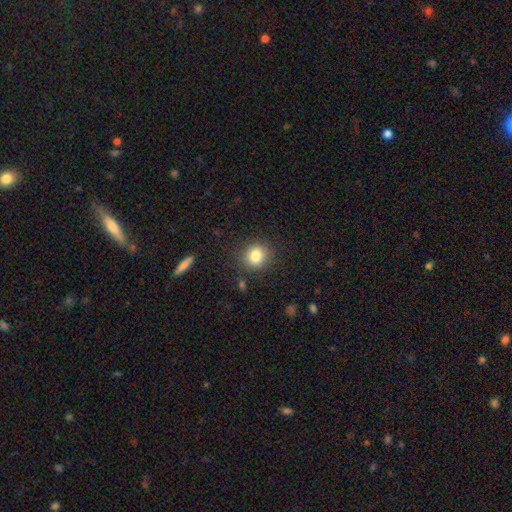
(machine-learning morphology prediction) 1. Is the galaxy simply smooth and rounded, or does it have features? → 83% smooth, 11% star or artifact, 7% featured or disk.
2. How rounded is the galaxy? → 79% round, 20% in between, 1% cigar-shaped.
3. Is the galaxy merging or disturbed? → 86% none, 9% minor disturbance, 3% major disturbance, 2% merger.